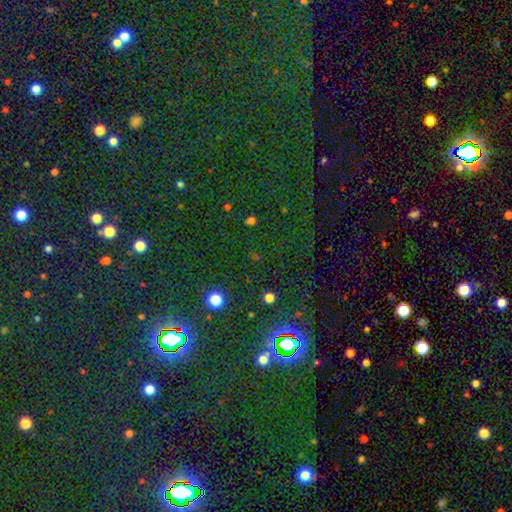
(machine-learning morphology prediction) A star or artifact, not a galaxy (71%).

Vote fractions:
- Smooth or featured? star or artifact: 71% / smooth: 21% / featured or disk: 8%